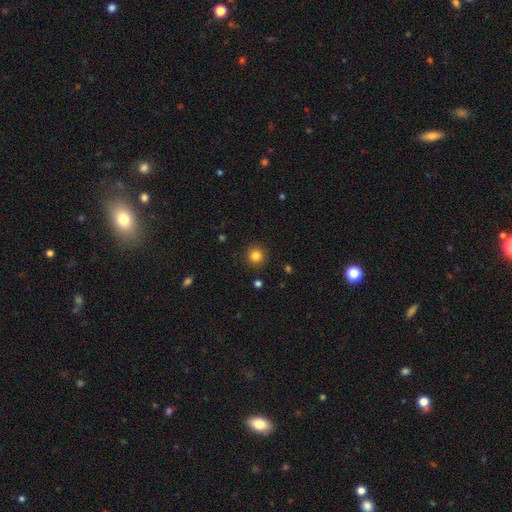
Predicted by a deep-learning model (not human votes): The model was most divided on "smooth or featured": smooth: 84%, star or artifact: 12%, featured or disk: 5%. More confident: how rounded — round (93%); merging — none (91%).